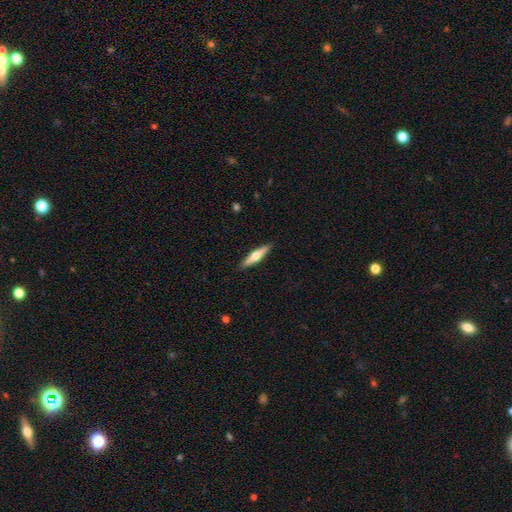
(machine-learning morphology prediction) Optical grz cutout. It shows a featured or disk galaxy (58%) viewed edge-on (96%) with a rounded central bulge (94%). Merging: none (91%).